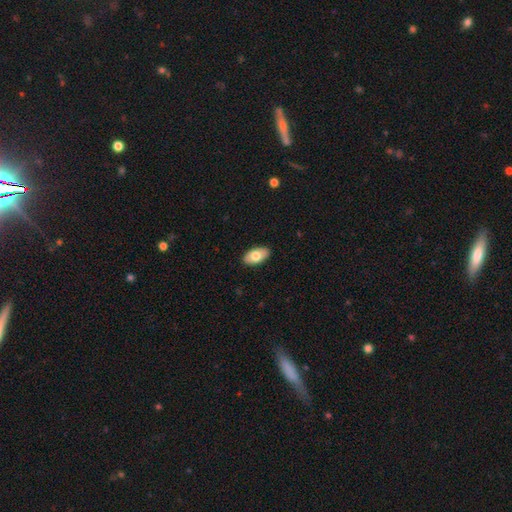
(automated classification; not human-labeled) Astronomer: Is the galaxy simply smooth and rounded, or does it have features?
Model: smooth — 75%.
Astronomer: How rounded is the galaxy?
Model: in between — 94%.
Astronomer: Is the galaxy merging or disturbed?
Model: none — 89%.